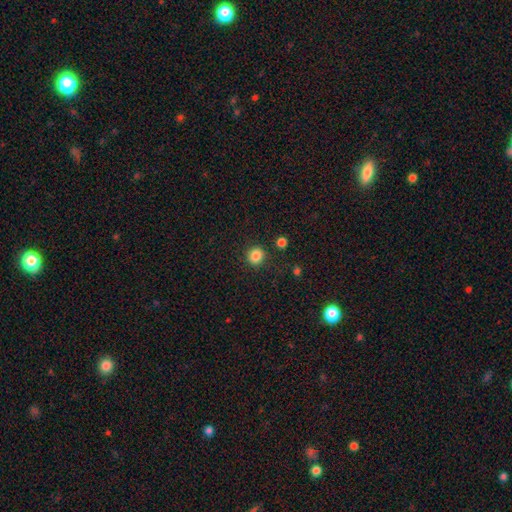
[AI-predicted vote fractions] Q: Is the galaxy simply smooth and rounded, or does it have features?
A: smooth — 85%.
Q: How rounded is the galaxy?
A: round — 88%.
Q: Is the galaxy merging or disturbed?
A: none — 89%.